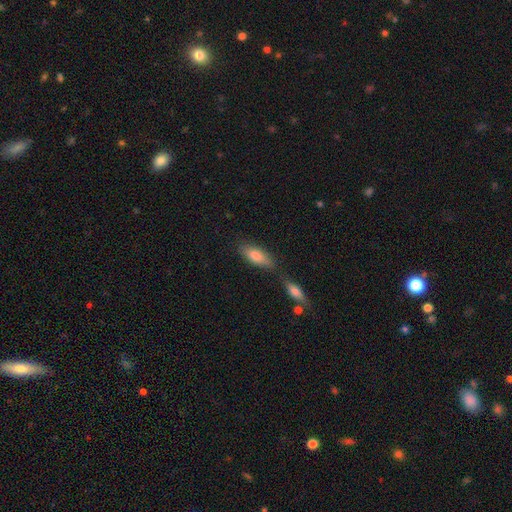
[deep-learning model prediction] This is likely a smooth galaxy (77%). How rounded: likely in between (71%). Merging: likely none (64%).